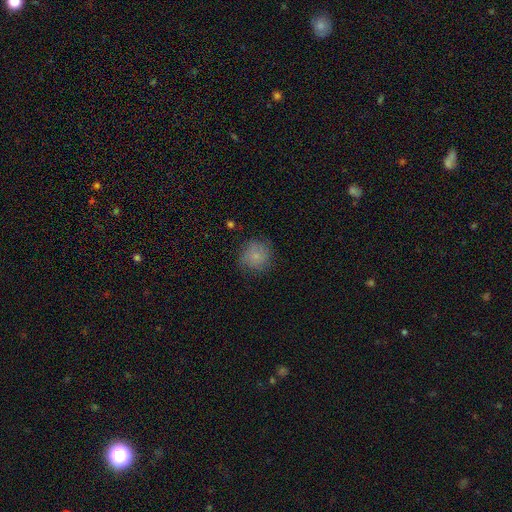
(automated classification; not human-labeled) Smooth or featured? smooth (79%)
How rounded? round (91%)
Merging? none (77%)